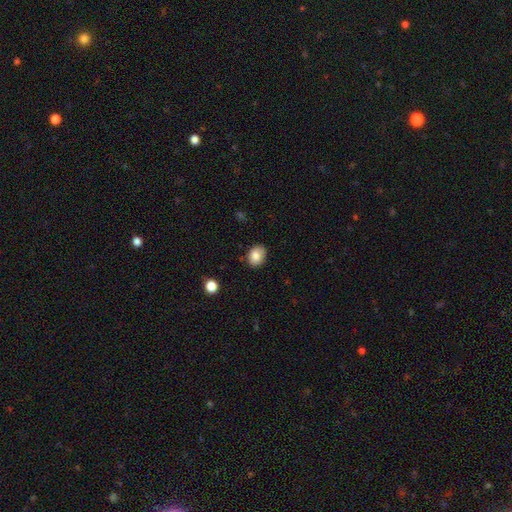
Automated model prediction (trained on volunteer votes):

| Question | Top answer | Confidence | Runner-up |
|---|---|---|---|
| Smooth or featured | smooth | 83% | star or artifact (9%) |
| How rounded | in between | 54% | round (45%) |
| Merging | none | 83% | minor disturbance (13%) |